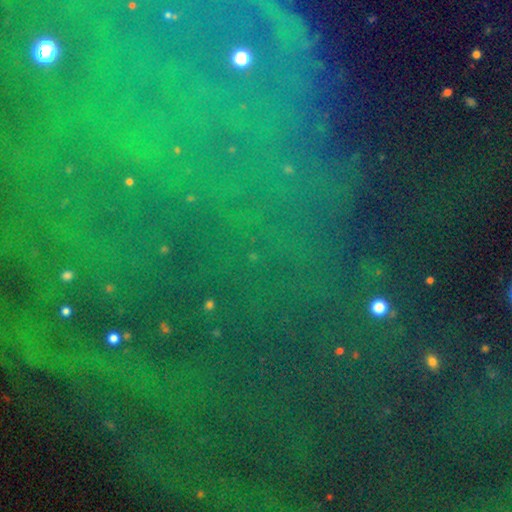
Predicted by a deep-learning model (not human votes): Smooth or featured: star or artifact — 79% (smooth — 11%)